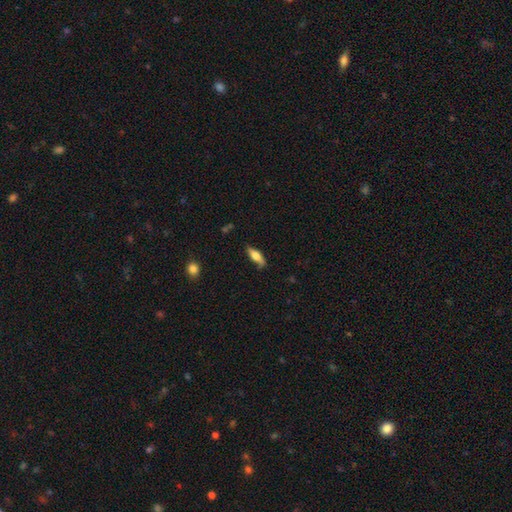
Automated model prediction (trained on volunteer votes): Overall: smooth (62%; featured or disk 32%). How rounded: in between (59%; cigar-shaped 38%). Merging: none (68%).